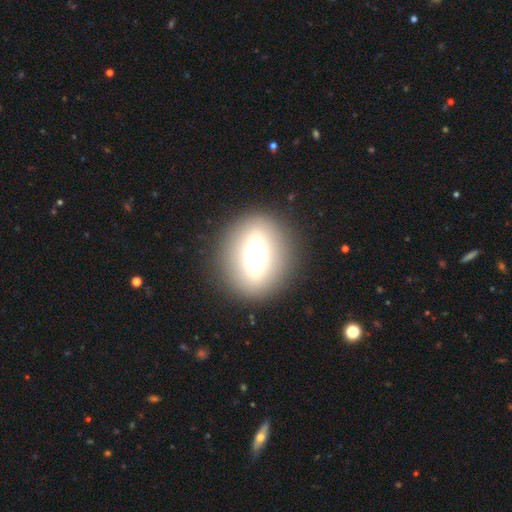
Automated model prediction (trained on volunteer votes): This is possibly a smooth galaxy (55%). How rounded: likely round (62%). Merging: clearly none (86%).